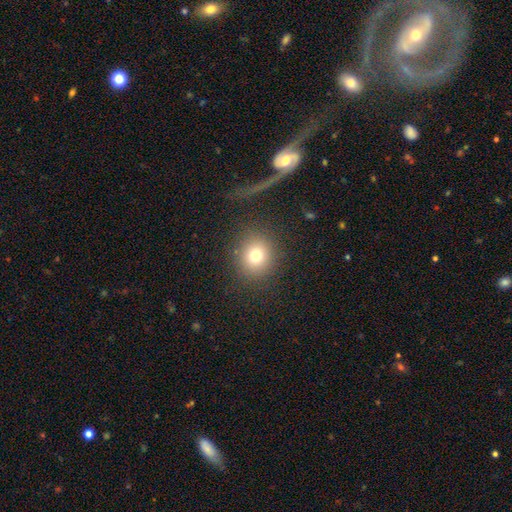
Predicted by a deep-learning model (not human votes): Overall: smooth (75%). How rounded: round (83%). Merging: none (85%).